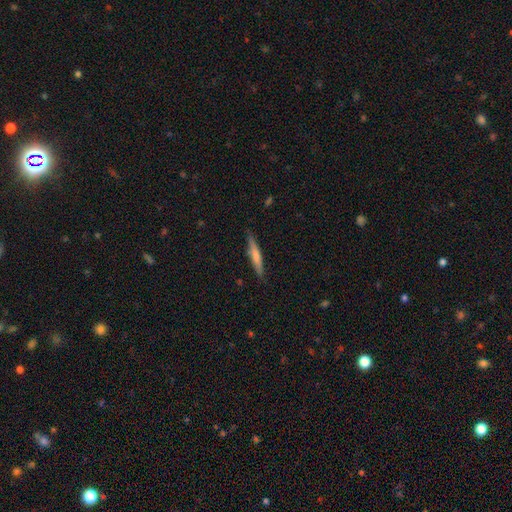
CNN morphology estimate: This appears to be a smooth galaxy with no disk features (61%) that is cigar-shaped (93%). Merging: none (84%).